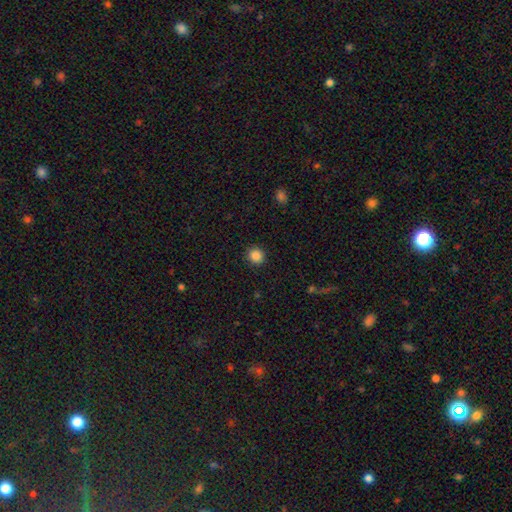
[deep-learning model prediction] A smooth galaxy with no disk features (87%) that is round (92%).

Vote fractions:
- Smooth or featured? smooth: 87% / star or artifact: 10% / featured or disk: 3%
- How rounded? round: 92% / in between: 7% / cigar-shaped: 1%
- Merging? none: 92% / minor disturbance: 5% / major disturbance: 2% / merger: 1%